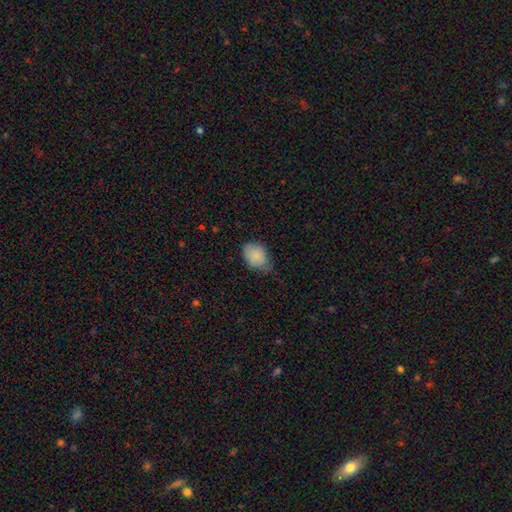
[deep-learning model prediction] Smooth or featured? Predicted: smooth (p=0.84). How rounded? Predicted: in between (p=0.78). Merging? Predicted: none (p=0.46).